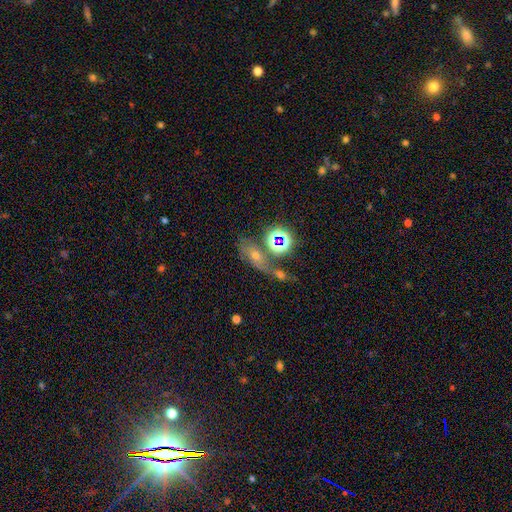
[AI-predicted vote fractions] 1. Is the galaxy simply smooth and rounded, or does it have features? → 36% smooth, 34% star or artifact, 30% featured or disk.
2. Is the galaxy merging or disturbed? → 43% none, 25% merger, 17% minor disturbance, 15% major disturbance.